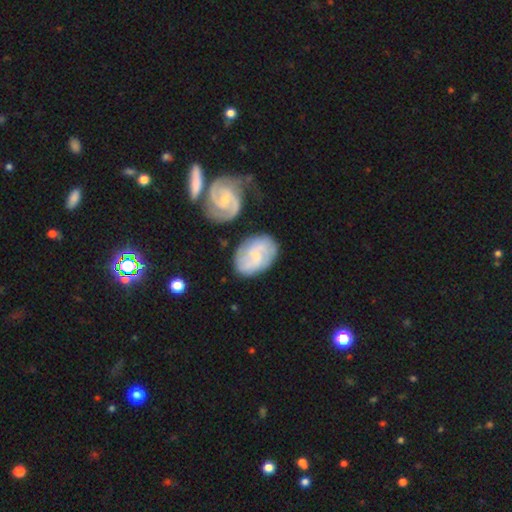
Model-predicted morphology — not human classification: This is likely a featured or disk galaxy (67%). It is clearly not viewed edge-on (96%). Bar: possibly no (51%). Spiral arm pattern: clearly yes (91%). Spiral arm count: marginally 2 (41%). Spiral winding: marginally medium (43%). Central bulge: likely small (71%). Merging: likely none (69%).